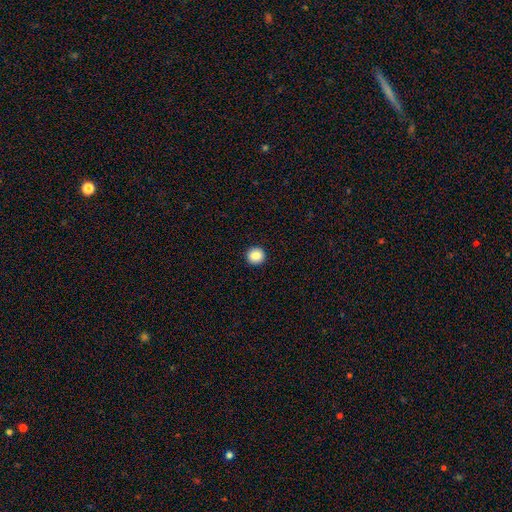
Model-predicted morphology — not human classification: Overall: smooth (87%). How rounded: round (95%). Merging: none (94%).